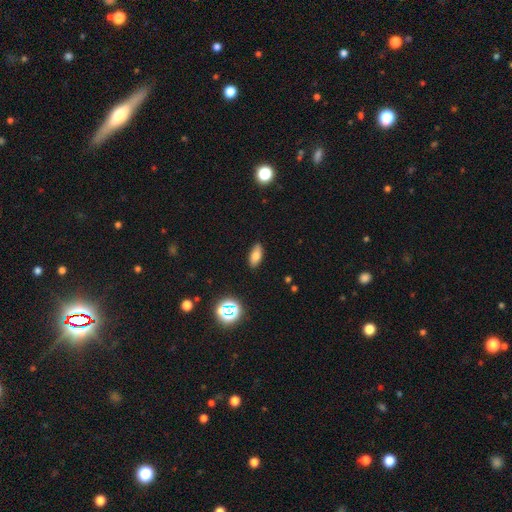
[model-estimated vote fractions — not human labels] Overall: smooth (75%). How rounded: in between (84%). Merging: none (87%).